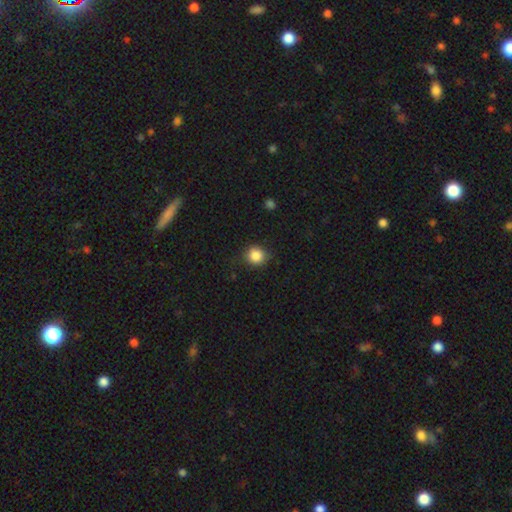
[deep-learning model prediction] smooth-or-featured: smooth: 86% | star or artifact: 10% | featured or disk: 4%
  how-rounded: round: 86% | in between: 14% | cigar-shaped: 1%
  merging: none: 84% | minor disturbance: 12% | major disturbance: 3% | merger: 1%